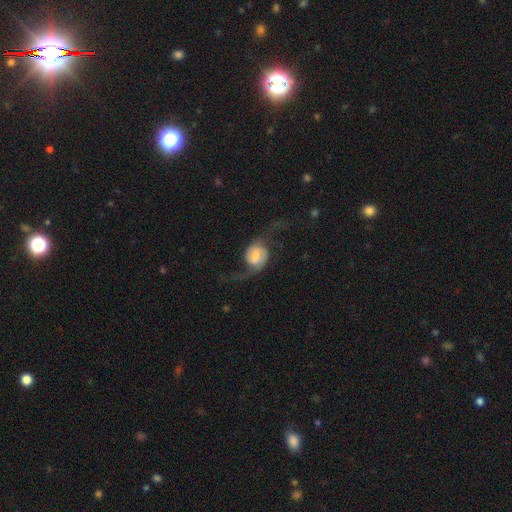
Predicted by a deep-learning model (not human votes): A featured or disk galaxy (76%) with a weak bar (48%), 2 (91%) loose (78%) spiral arms (94%) and a moderate central bulge (36%).

Vote fractions:
- Smooth or featured? featured or disk: 76% / smooth: 18% / star or artifact: 6%
- Edge-on disk? no: 97% / yes: 3%
- Bar? weak: 48% / no: 36% / strong: 16%
- Spiral arms? yes: 94% / no: 6%
- Spiral winding? loose: 78% / medium: 17% / tight: 4%
- Spiral arm count? 2: 91% / 1: 4% / can't tell: 2% / 3: 1% / 4: 1% / more than 4: 1%
- Bulge size? moderate: 36% / small: 26% / large: 20% / none: 11% / dominant: 7%
- Merging? none: 52% / major disturbance: 30% / minor disturbance: 16% / merger: 3%